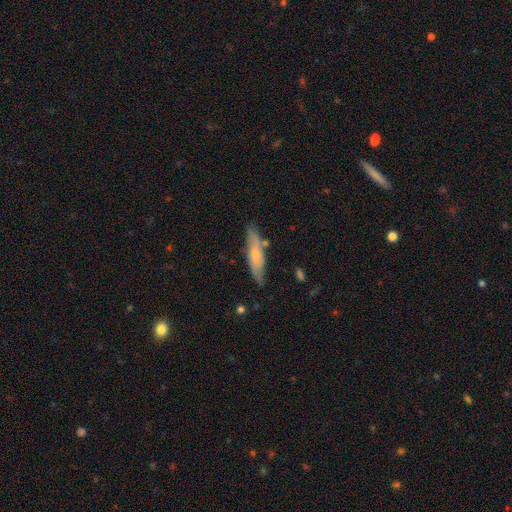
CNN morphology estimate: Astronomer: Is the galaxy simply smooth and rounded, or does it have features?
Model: smooth — 55% (runner-up: featured or disk, 40%).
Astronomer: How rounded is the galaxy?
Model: cigar-shaped — 70%.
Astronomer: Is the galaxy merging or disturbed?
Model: none — 71%.